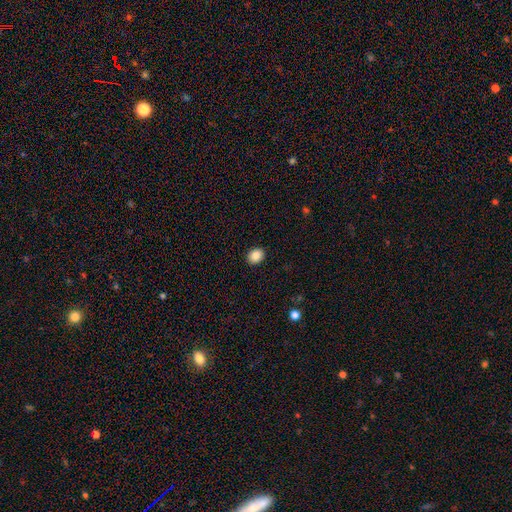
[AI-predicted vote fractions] Smooth or featured? smooth (87%)
How rounded? round (58%)
Merging? none (92%)